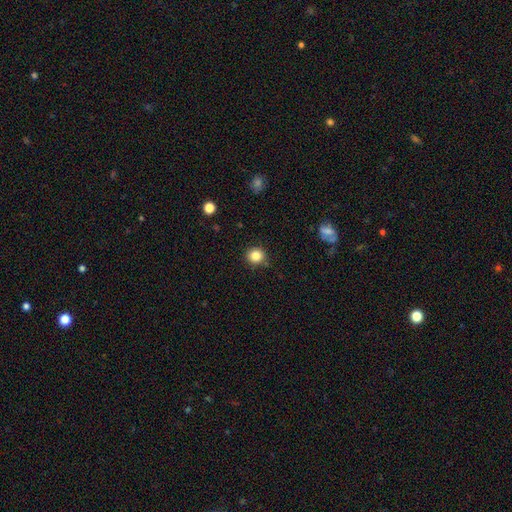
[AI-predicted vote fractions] Morphology: type=smooth (84%); roundness=round (90%); merging=none (86%).